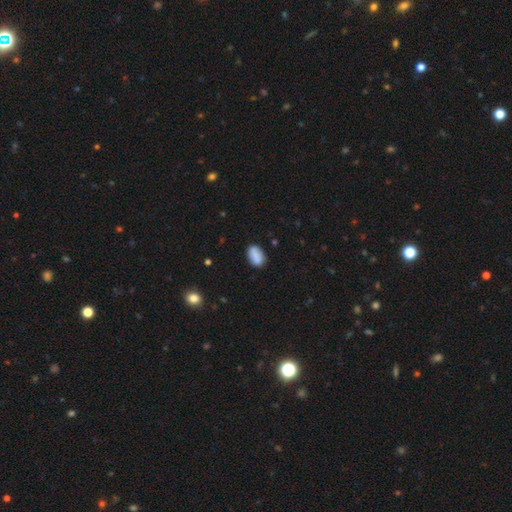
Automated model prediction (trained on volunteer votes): smooth_or_featured: smooth (p=0.85) [alt: star or artifact p=0.08]
how_rounded: in between (p=0.89) [alt: round p=0.09]
merging: none (p=0.80) [alt: minor disturbance p=0.14]